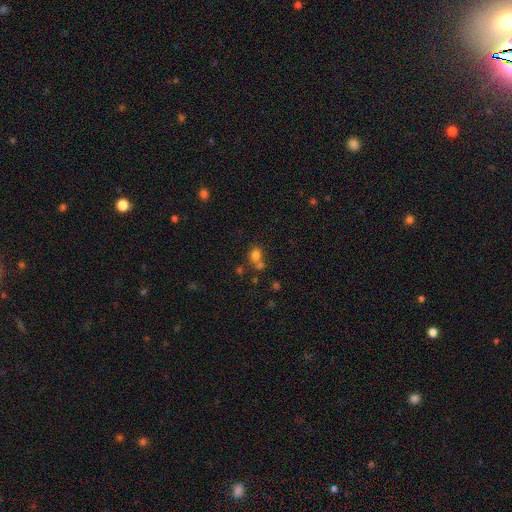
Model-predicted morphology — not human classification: smooth_or_featured: smooth (p=0.76) [alt: star or artifact p=0.15]
how_rounded: round (p=0.64) [alt: in between p=0.35]
merging: none (p=0.45) [alt: merger p=0.38]